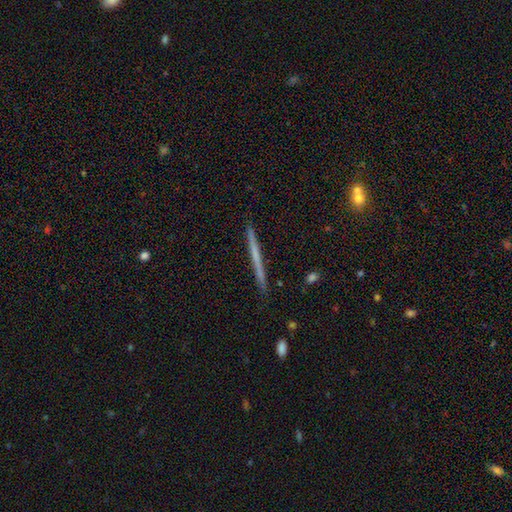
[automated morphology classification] A featured or disk galaxy (50%). Merging: none (91%).